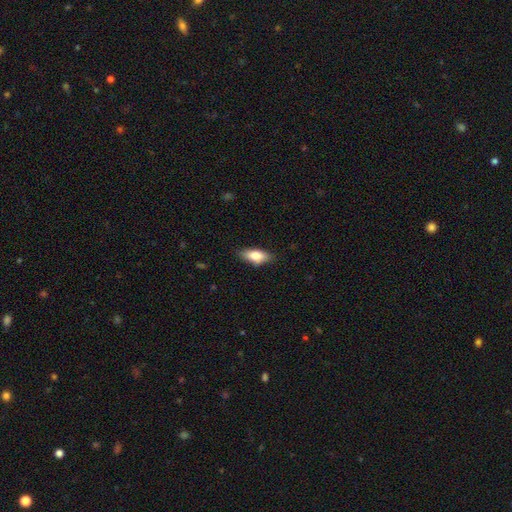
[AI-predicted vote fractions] This is likely a smooth galaxy (78%). How rounded: likely in between (78%). Merging: clearly none (81%).